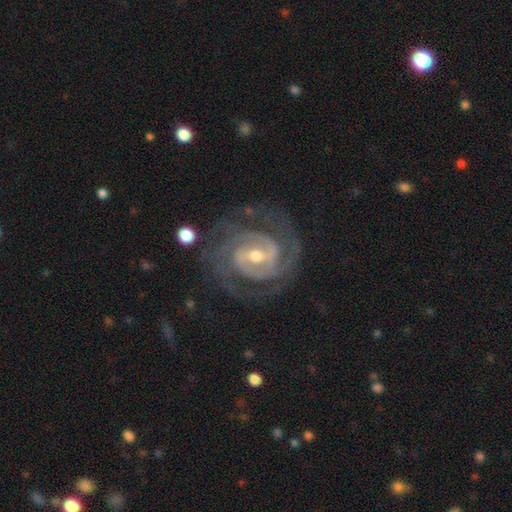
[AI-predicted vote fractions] Smooth or featured: featured or disk — 92% (star or artifact — 4%)
Edge-on disk: no — 98% (yes — 2%)
Bar: weak — 45% (strong — 37%)
Spiral arms: yes — 98% (no — 2%)
Spiral winding: tight — 65% (medium — 31%)
Spiral arm count: 2 — 56% (3 — 21%)
Bulge size: moderate — 57% (small — 39%)
Merging: none — 75% (minor disturbance — 15%)